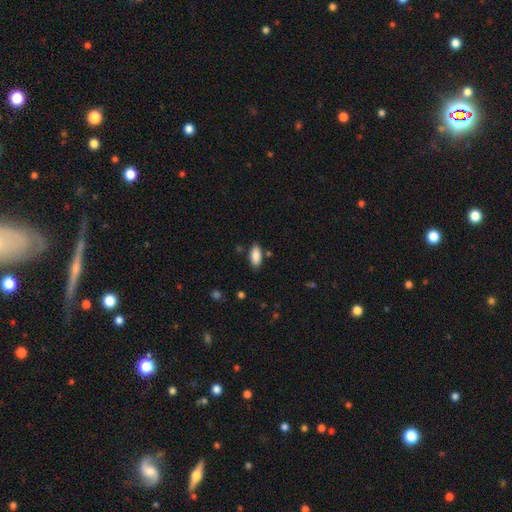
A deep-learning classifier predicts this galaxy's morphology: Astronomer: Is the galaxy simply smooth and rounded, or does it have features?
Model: smooth — 86%.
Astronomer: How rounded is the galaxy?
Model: in between — 88%.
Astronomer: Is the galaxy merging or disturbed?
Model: none — 83%.